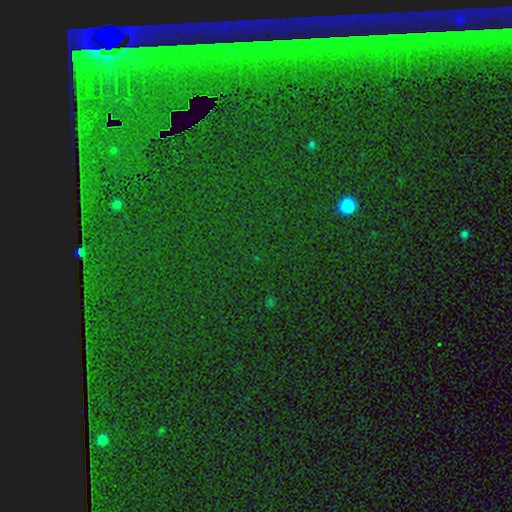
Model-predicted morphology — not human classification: smooth_or_featured: star or artifact (p=0.82) [alt: featured or disk p=0.09]